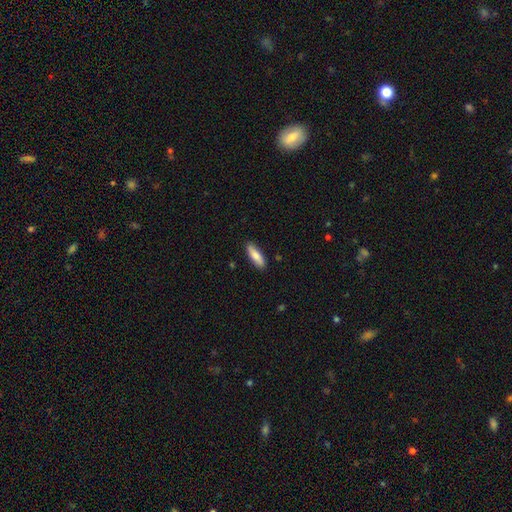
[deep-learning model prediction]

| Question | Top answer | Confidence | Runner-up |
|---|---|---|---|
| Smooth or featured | smooth | 79% | featured or disk (16%) |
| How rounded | cigar-shaped | 55% | in between (43%) |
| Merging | none | 88% | minor disturbance (9%) |